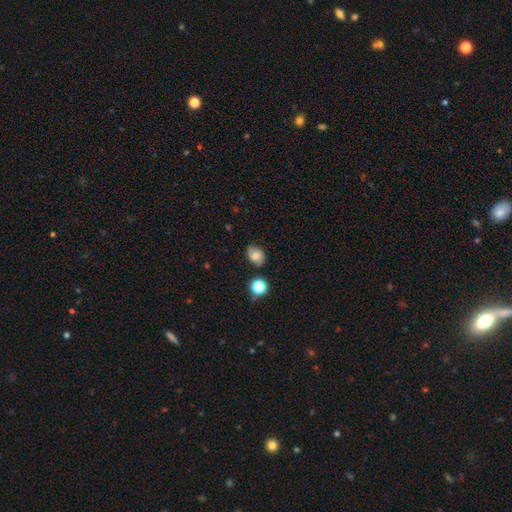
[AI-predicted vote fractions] A smooth galaxy with no disk features (71%) that is in between round and cigar-shaped (61%). Merging: none (74%).